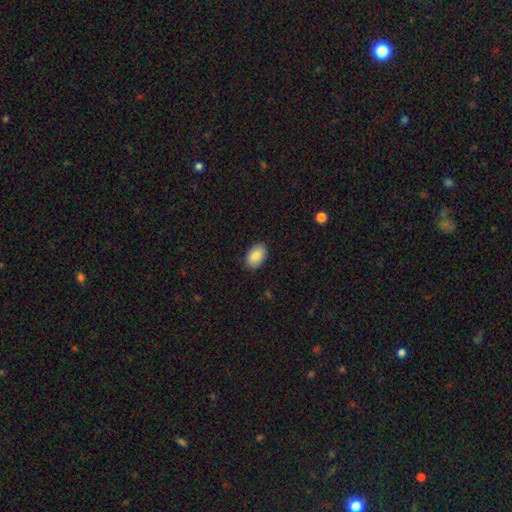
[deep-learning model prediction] Smooth or featured: smooth — 88% (star or artifact — 6%)
How rounded: in between — 93% (round — 6%)
Merging: none — 87% (minor disturbance — 10%)